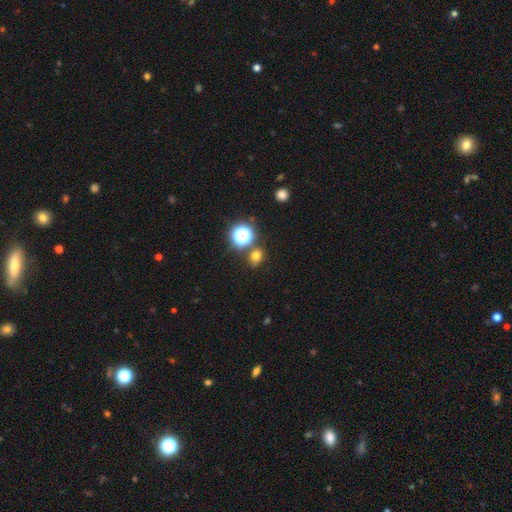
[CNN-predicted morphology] A smooth galaxy with no disk features (69%) that is round (67%).

Vote fractions:
- Smooth or featured? smooth: 69% / star or artifact: 24% / featured or disk: 7%
- How rounded? round: 67% / in between: 32% / cigar-shaped: 1%
- Merging? none: 78% / minor disturbance: 10% / merger: 8% / major disturbance: 4%